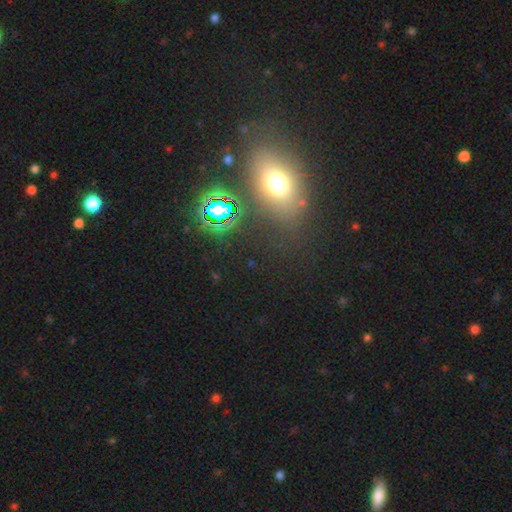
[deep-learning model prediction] smooth 54%, star or artifact 30%, featured or disk 16%. Down the decision tree: how rounded — in between (68%); merging — none (76%).